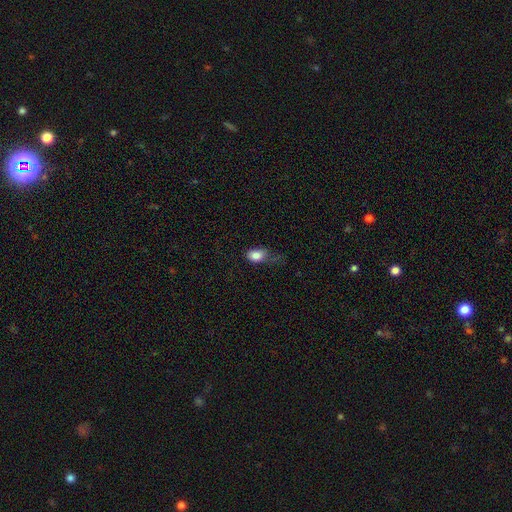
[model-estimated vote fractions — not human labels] Smooth or featured: smooth — 83% (star or artifact — 9%)
How rounded: in between — 77% (round — 22%)
Merging: none — 39% (minor disturbance — 35%)